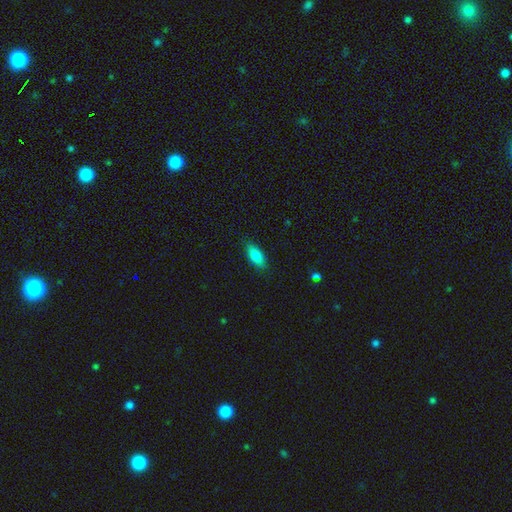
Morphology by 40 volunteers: This appears to be a smooth galaxy with no disk features (90%) that is in between round and cigar-shaped (92%). Merging: none (95%).